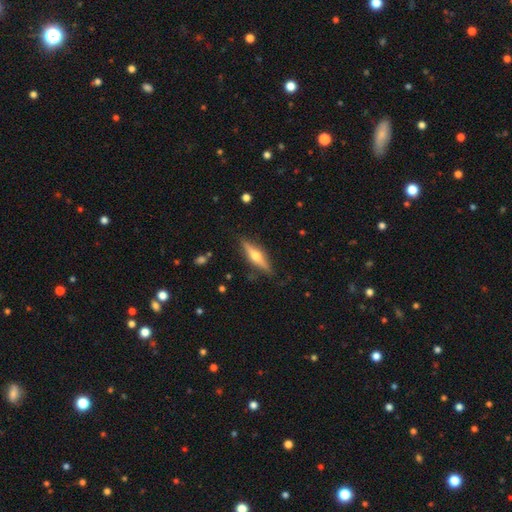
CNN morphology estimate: type=featured or disk (65%); edge-on=yes (95%); edge-on bulge=rounded (94%); merging=none (86%).